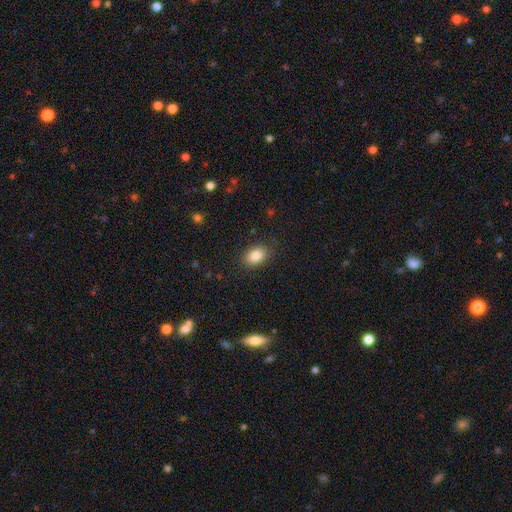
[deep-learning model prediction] smooth_or_featured: smooth (p=0.85) [alt: star or artifact p=0.09]
how_rounded: in between (p=0.78) [alt: round p=0.21]
merging: none (p=0.87) [alt: minor disturbance p=0.09]